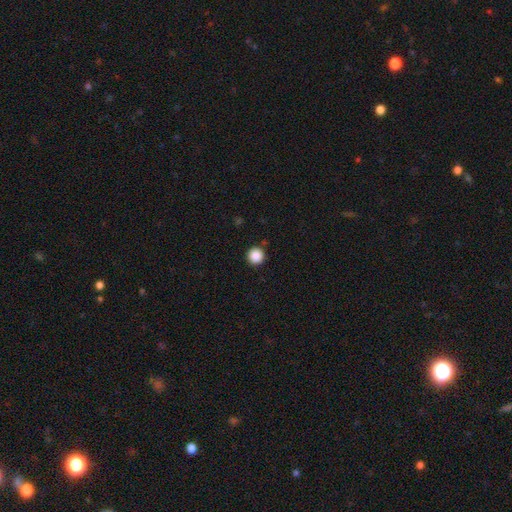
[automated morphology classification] type=smooth (88%); roundness=round (97%); merging=none (93%).